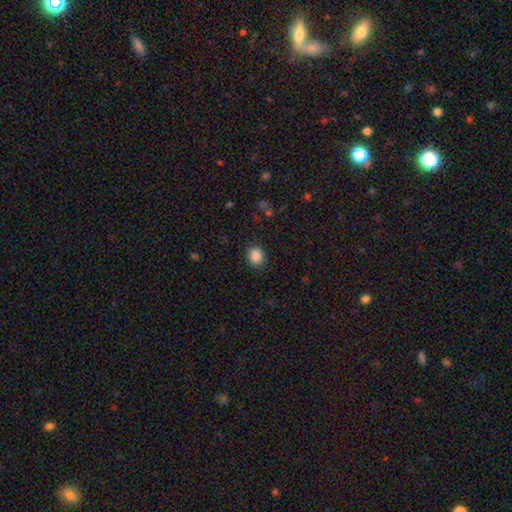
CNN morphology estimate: smooth 87%, star or artifact 10%, featured or disk 3%. Down the decision tree: how rounded — round (62%); merging — none (88%).